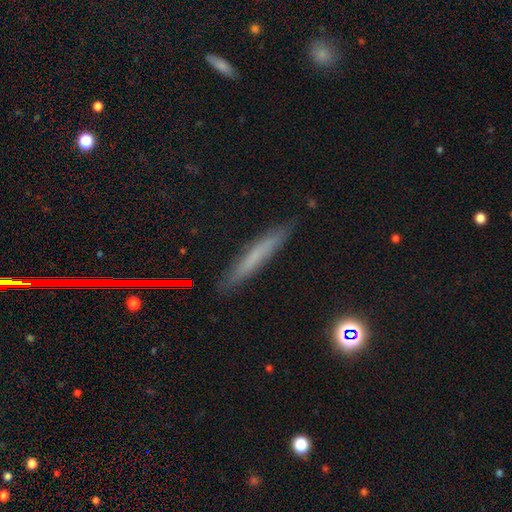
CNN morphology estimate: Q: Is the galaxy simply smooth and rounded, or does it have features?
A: smooth — 57%.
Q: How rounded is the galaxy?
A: cigar-shaped — 94%.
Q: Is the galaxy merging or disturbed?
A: none — 86%.